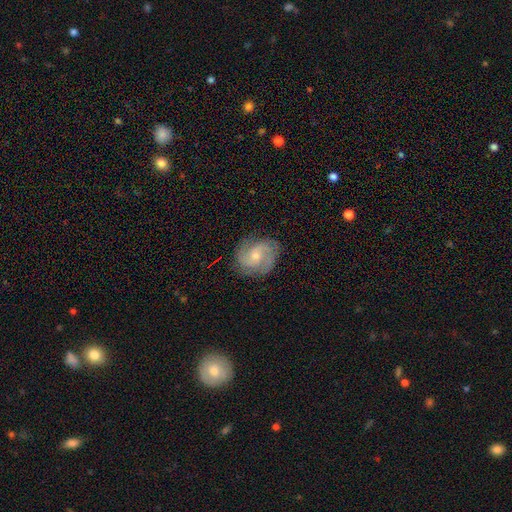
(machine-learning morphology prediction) This appears to be a featured or disk galaxy (80%) with no bar (58%), 2 (55%) medium (50%) spiral arms (96%) and a small central bulge (55%). Merging: none (79%).